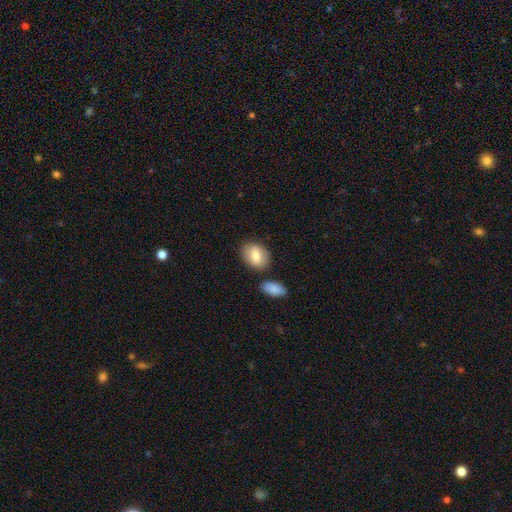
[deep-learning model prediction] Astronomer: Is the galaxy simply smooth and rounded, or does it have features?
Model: smooth — 80%.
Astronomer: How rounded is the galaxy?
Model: in between — 77%.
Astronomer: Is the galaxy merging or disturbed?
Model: none — 75%.